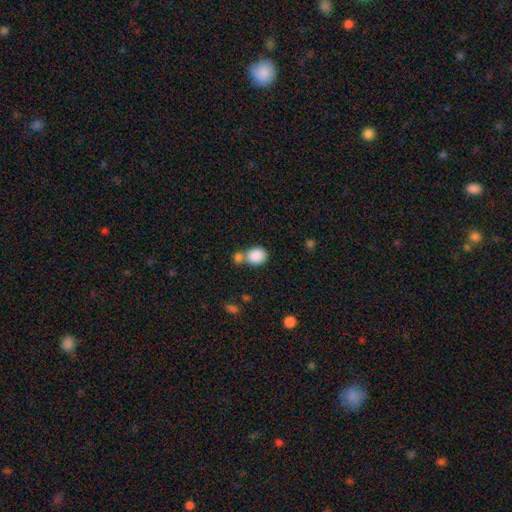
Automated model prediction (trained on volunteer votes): A smooth galaxy with no disk features (87%) that is round (59%).

Vote fractions:
- Smooth or featured? smooth: 87% / star or artifact: 8% / featured or disk: 5%
- How rounded? round: 59% / in between: 40% / cigar-shaped: 1%
- Merging? none: 47% / merger: 38% / minor disturbance: 10% / major disturbance: 4%